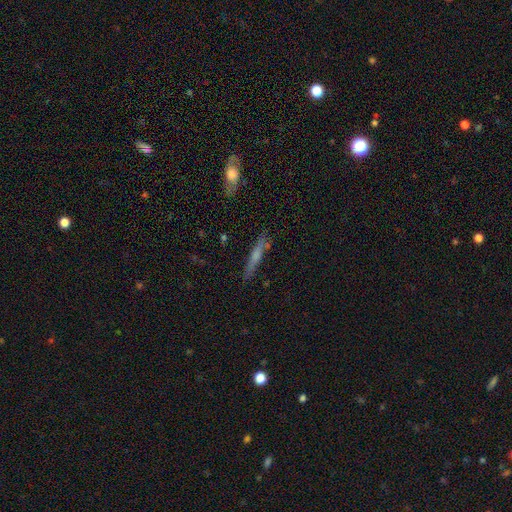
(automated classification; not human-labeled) Q: Smooth or featured?
A: featured or disk (51%); runner-up: smooth (41%)
Q: Edge-on disk?
A: yes (93%); runner-up: no (7%)
Q: Merging?
A: none (83%); runner-up: minor disturbance (12%)